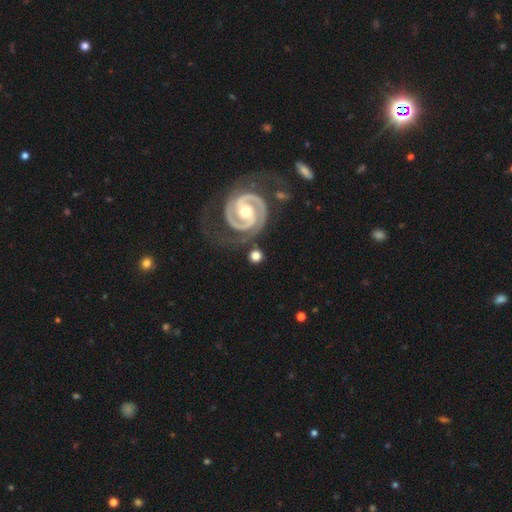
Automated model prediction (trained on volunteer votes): Overall: featured or disk (60%; smooth 34%). Edge-on disk: no (96%). Bar: no (41%; weak 34%). Spiral arms: yes (94%). Spiral arm count: 2 (92%). Spiral winding: tight (52%; medium 40%). Bulge size: moderate (64%; small 25%). Merging: none (75%).